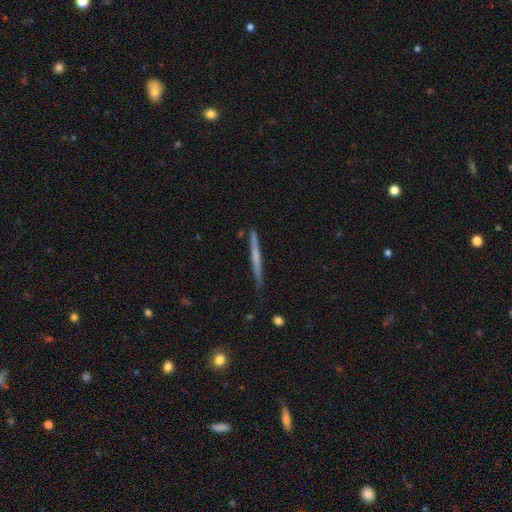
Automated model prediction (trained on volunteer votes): Q: Smooth or featured?
A: featured or disk (50%); runner-up: smooth (44%)
Q: Merging?
A: none (84%); runner-up: minor disturbance (13%)